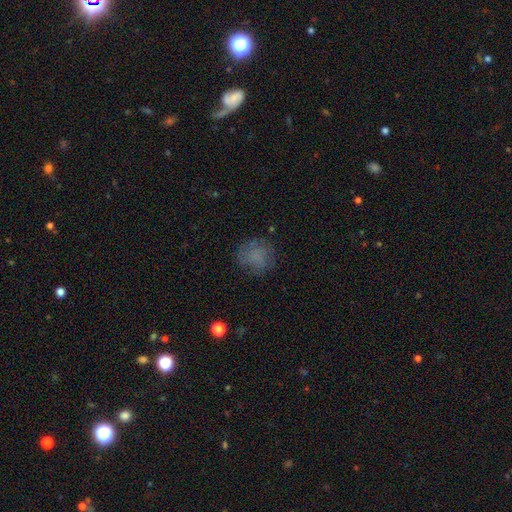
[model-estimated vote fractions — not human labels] Smooth or featured?
  - smooth: 67% *
  - featured or disk: 19%
  - star or artifact: 13%
How rounded?
  - round: 82% *
  - in between: 17%
  - cigar-shaped: 1%
Merging?
  - none: 72% *
  - minor disturbance: 17%
  - major disturbance: 9%
  - merger: 1%